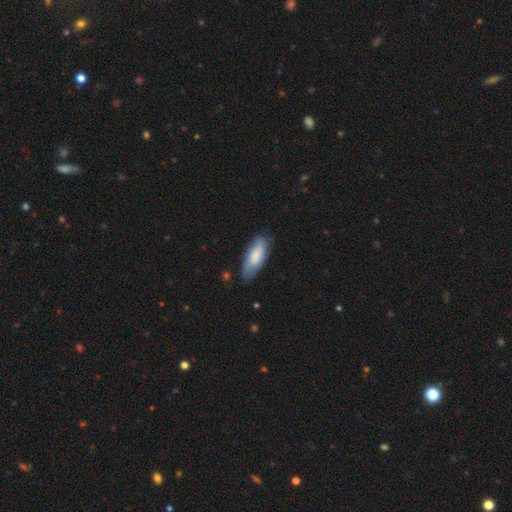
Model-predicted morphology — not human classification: smooth 77%, featured or disk 18%, star or artifact 5%. Down the decision tree: how rounded — in between (71%); merging — none (70%).